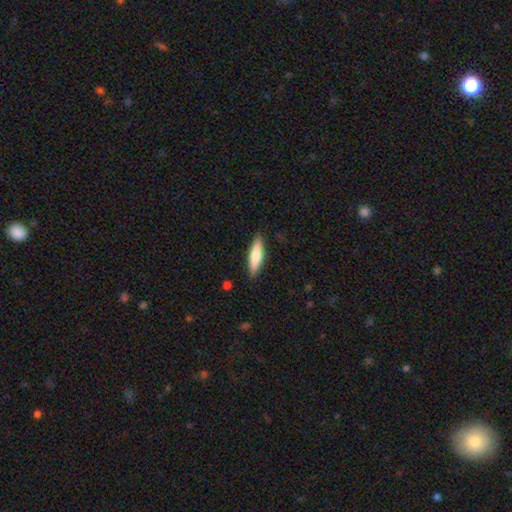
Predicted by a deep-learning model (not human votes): A smooth galaxy with no disk features (70%) that is cigar-shaped (68%). Merging: none (88%).